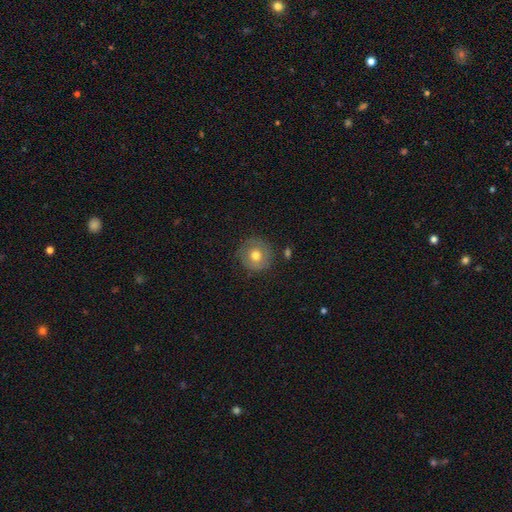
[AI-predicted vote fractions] The model was most divided on "smooth or featured": smooth: 65%, featured or disk: 26%, star or artifact: 9%. More confident: how rounded — round (93%); merging — none (78%).